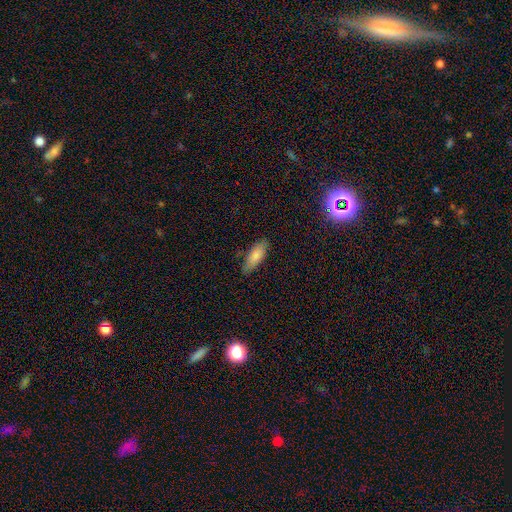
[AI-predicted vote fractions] This appears to be a smooth galaxy with no disk features (83%) that is in between round and cigar-shaped (63%). Merging: none (80%).